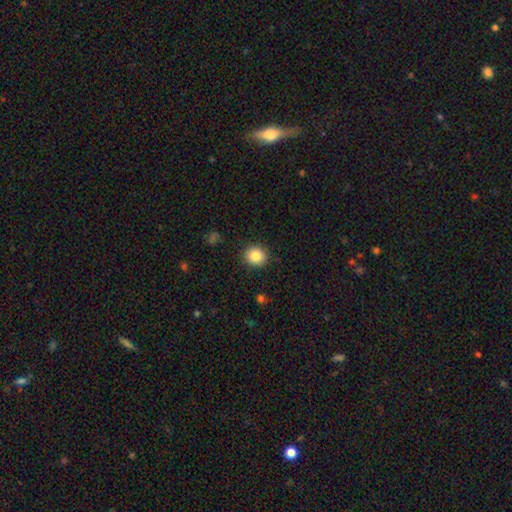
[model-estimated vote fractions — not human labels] Smooth or featured? smooth (84%)
How rounded? round (86%)
Merging? none (91%)